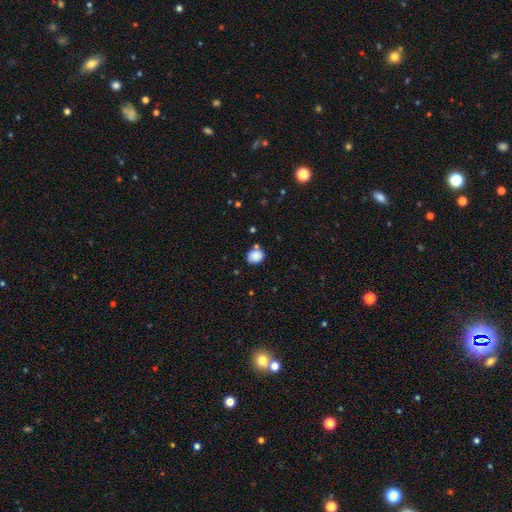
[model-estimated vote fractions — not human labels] A smooth galaxy with no disk features (86%) that is round (61%). Merging: none (73%).